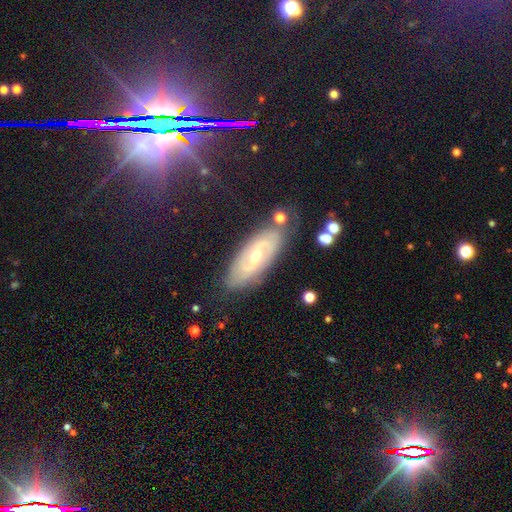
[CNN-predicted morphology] Overall: featured or disk (73%). Edge-on disk: no (86%). Bar: no (50%; weak 37%). Spiral arms: yes (76%). Bulge size: moderate (66%; small 29%). Merging: none (80%).